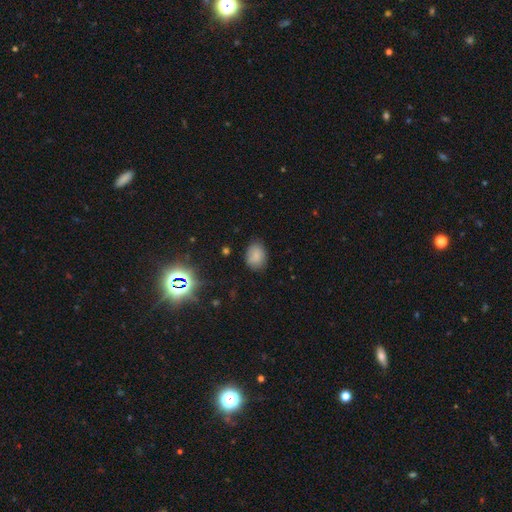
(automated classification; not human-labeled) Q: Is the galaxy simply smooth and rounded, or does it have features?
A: smooth — 78%.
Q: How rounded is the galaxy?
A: in between — 65%.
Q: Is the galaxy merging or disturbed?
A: none — 77%.